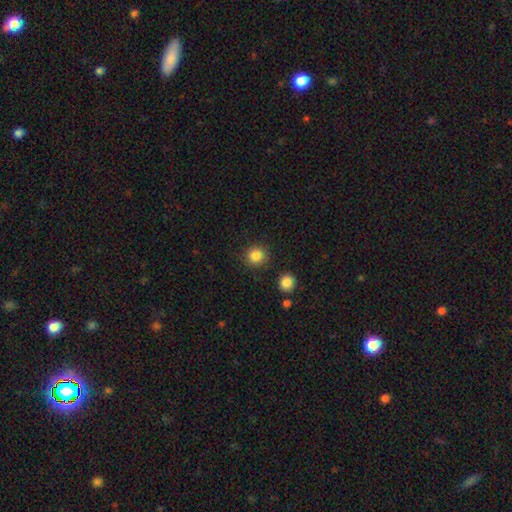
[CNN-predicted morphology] The model was most divided on "smooth or featured": smooth: 85%, star or artifact: 11%, featured or disk: 4%. More confident: how rounded — round (91%); merging — none (88%).